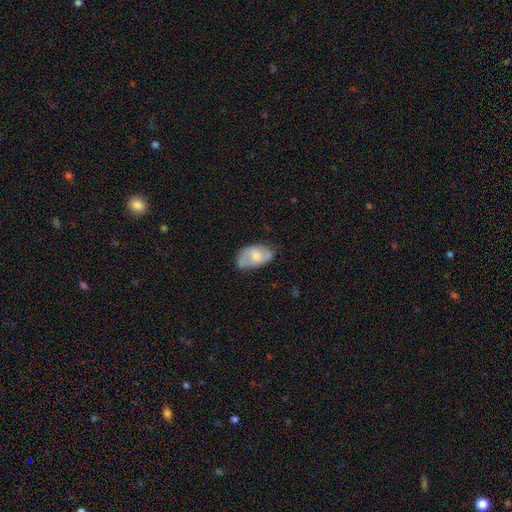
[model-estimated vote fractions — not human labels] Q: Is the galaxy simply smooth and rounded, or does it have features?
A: smooth — 52%.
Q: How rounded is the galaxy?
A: in between — 92%.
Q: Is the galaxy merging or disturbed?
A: none — 58%.